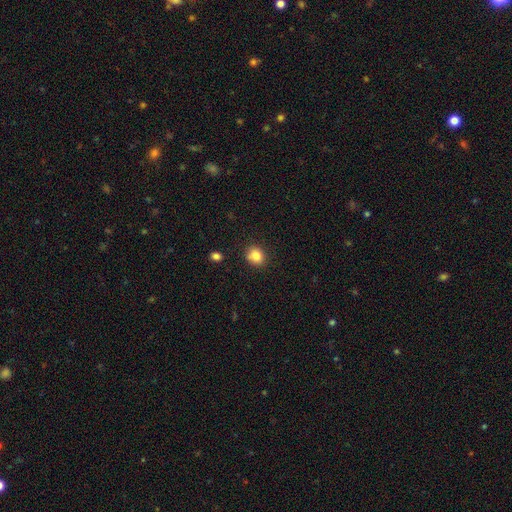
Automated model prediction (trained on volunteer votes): A smooth galaxy with no disk features (84%) that is round (69%). Merging: none (83%).